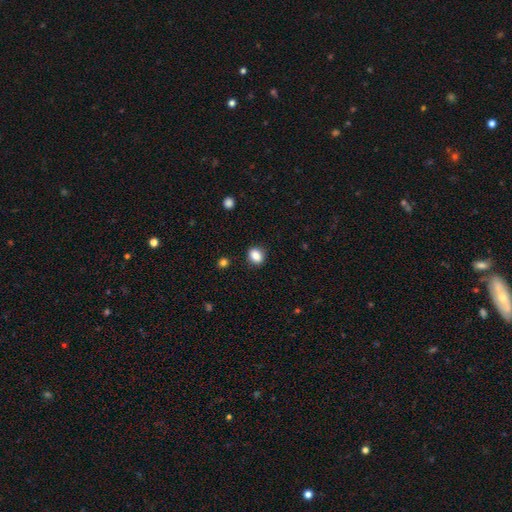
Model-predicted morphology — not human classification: A smooth galaxy with no disk features (86%) that is in between round and cigar-shaped (60%).

Vote fractions:
- Smooth or featured? smooth: 86% / star or artifact: 9% / featured or disk: 4%
- How rounded? in between: 60% / round: 39% / cigar-shaped: 1%
- Merging? none: 87% / minor disturbance: 9% / major disturbance: 2% / merger: 1%